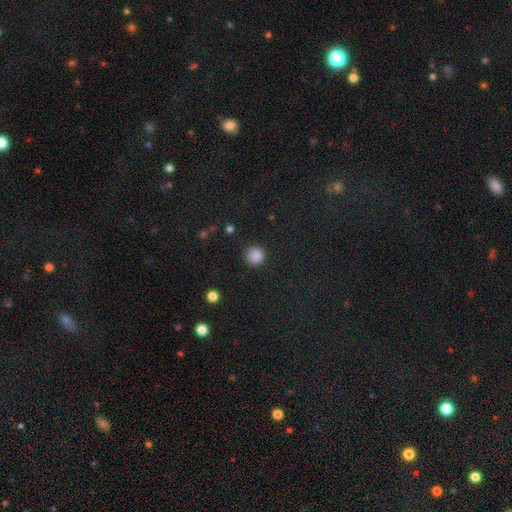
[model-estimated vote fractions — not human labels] Smooth or featured? Predicted: smooth (p=0.86). How rounded? Predicted: round (p=0.92). Merging? Predicted: none (p=0.85).